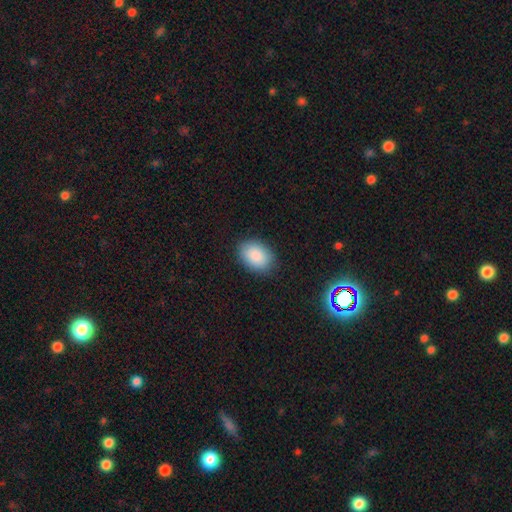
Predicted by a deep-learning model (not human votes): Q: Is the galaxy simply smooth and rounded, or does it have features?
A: smooth — 88%.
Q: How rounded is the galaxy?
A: in between — 82%.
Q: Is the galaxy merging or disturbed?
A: none — 86%.